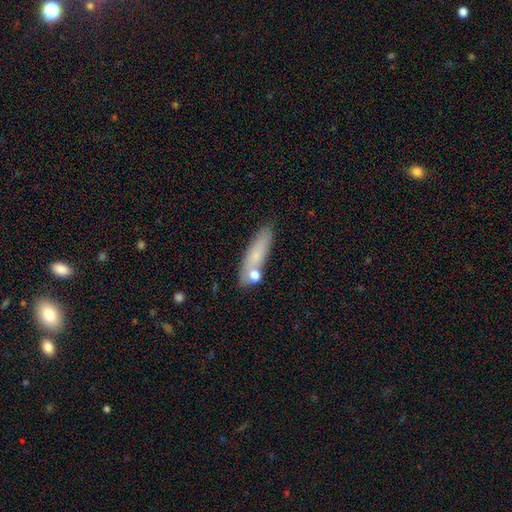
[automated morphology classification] Smooth or featured? smooth (70%)
How rounded? cigar-shaped (63%)
Merging? none (73%)